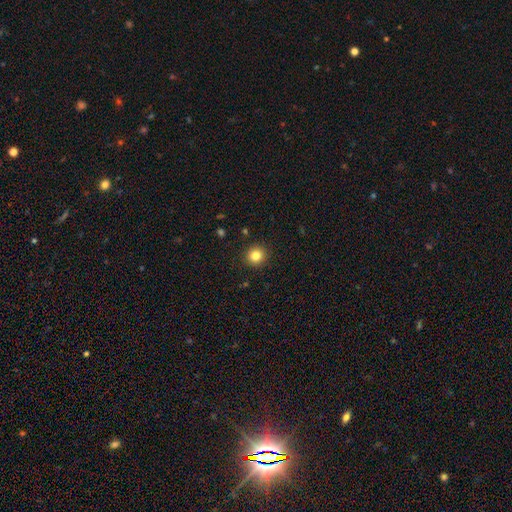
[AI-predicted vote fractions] Smooth or featured? Predicted: smooth (p=0.83). How rounded? Predicted: round (p=0.93). Merging? Predicted: none (p=0.92).